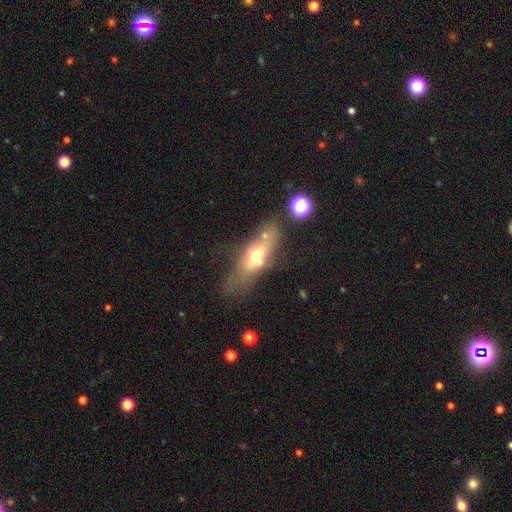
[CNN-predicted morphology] A smooth galaxy with no disk features (50%) that is in between round and cigar-shaped (61%). Merging: none (45%).